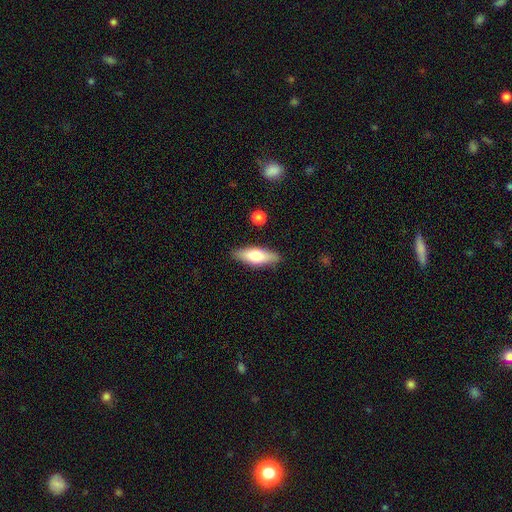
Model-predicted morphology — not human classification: Smooth or featured? Predicted: smooth (p=0.66). How rounded? Predicted: in between (p=0.58). Merging? Predicted: none (p=0.86).